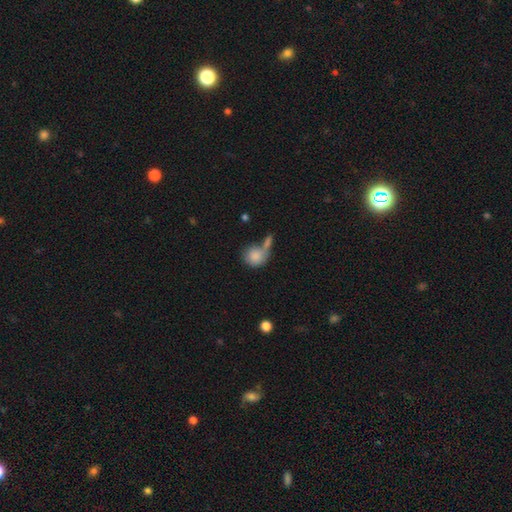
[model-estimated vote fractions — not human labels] The model was most divided on "merging": merger: 39%, none: 36%, minor disturbance: 14%, major disturbance: 11%. More confident: smooth or featured — smooth (82%); how rounded — round (79%).